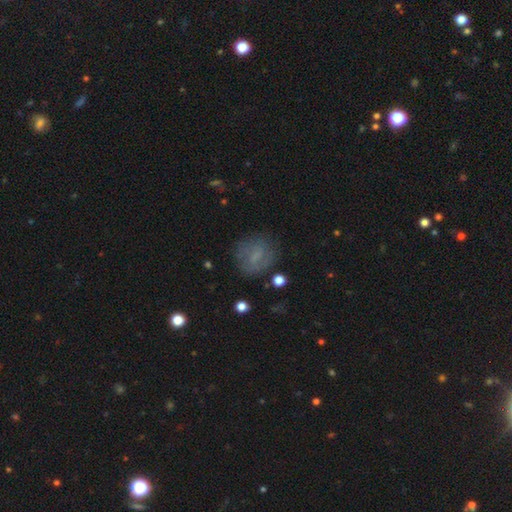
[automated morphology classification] smooth_or_featured: smooth (p=0.57) [alt: featured or disk p=0.30]
how_rounded: round (p=0.66) [alt: in between p=0.32]
merging: none (p=0.71) [alt: minor disturbance p=0.18]